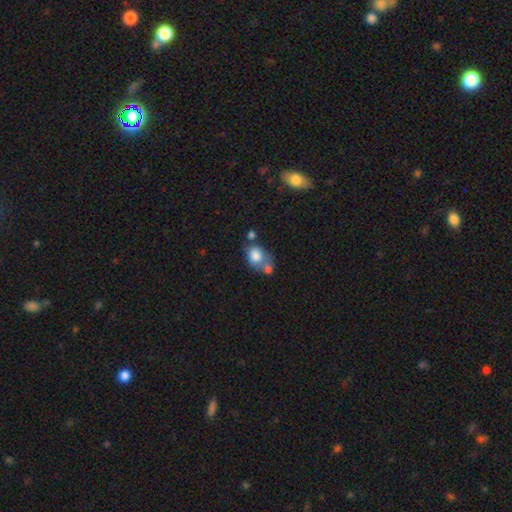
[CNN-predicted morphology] type=smooth (78%); roundness=in between (51%); merging=merger (43%).